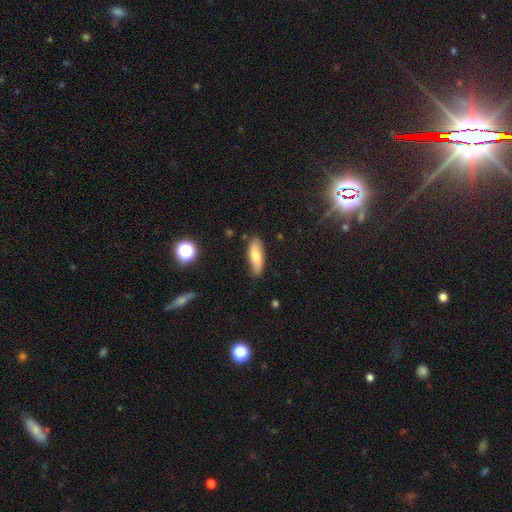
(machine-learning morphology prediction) type=smooth (68%); roundness=in between (66%); merging=none (77%).